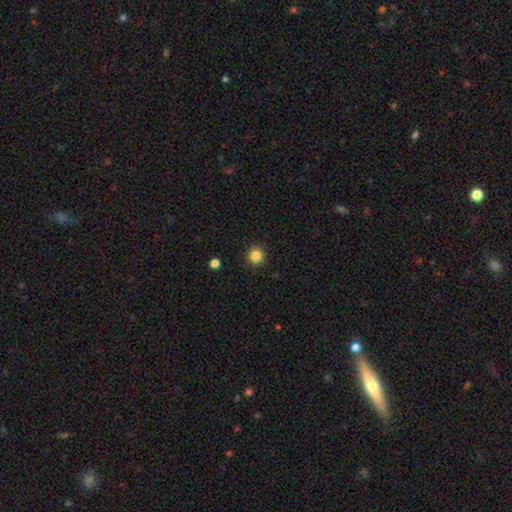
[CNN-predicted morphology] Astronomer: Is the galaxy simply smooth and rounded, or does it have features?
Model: smooth — 85%.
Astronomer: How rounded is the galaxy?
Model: round — 94%.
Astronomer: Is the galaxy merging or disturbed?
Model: none — 92%.